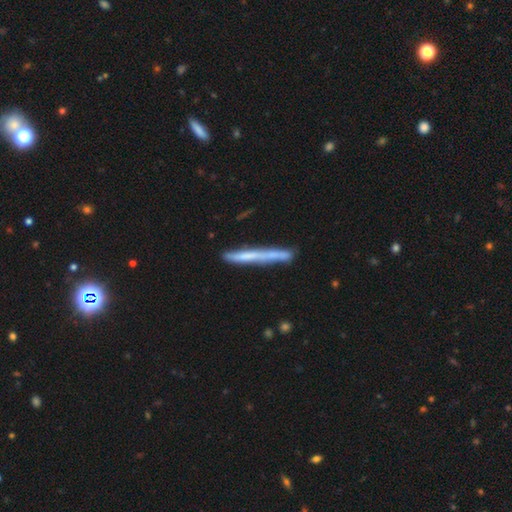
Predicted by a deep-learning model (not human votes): Overall: smooth (50%; featured or disk 43%). Merging: none (80%).